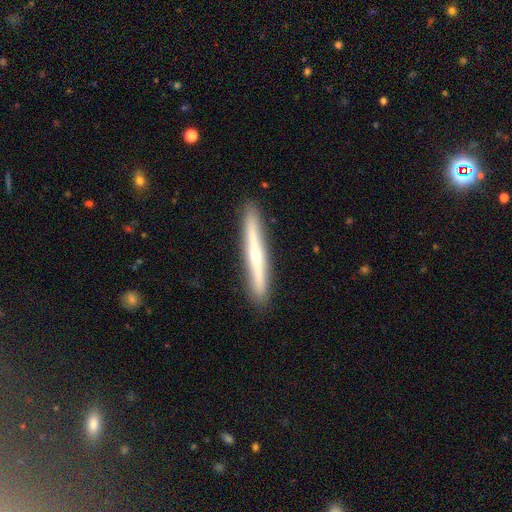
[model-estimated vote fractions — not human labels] Morphology: type=featured or disk (64%); edge-on=yes (96%); edge-on bulge=rounded (79%); merging=none (92%).